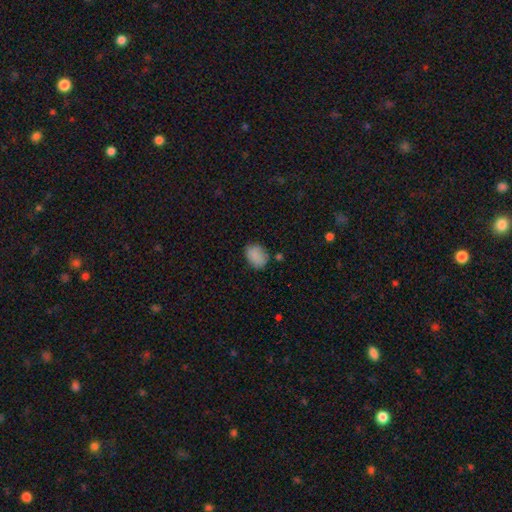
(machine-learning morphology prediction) smooth_or_featured: smooth (p=0.86) [alt: star or artifact p=0.09]
how_rounded: in between (p=0.74) [alt: round p=0.24]
merging: none (p=0.73) [alt: minor disturbance p=0.19]